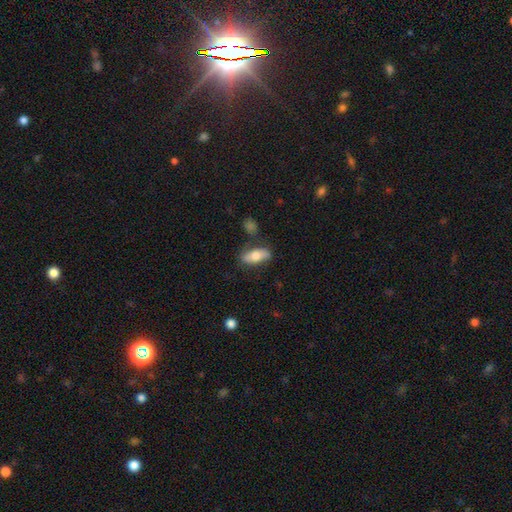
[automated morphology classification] A smooth galaxy with no disk features (64%) that is in between round and cigar-shaped (81%). Merging: none (71%).